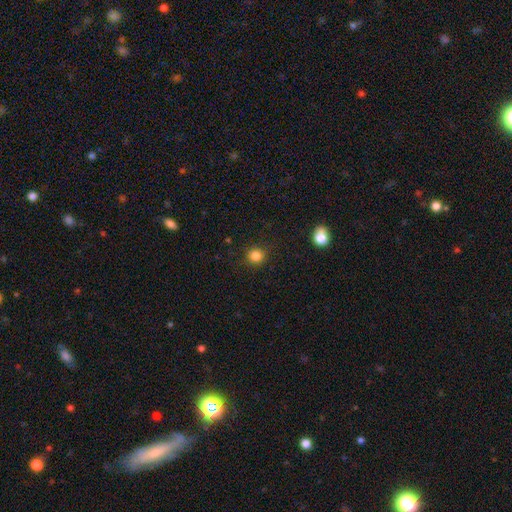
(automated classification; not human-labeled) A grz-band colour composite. It shows a smooth galaxy with no disk features (83%) that is round (91%). Merging: none (89%).